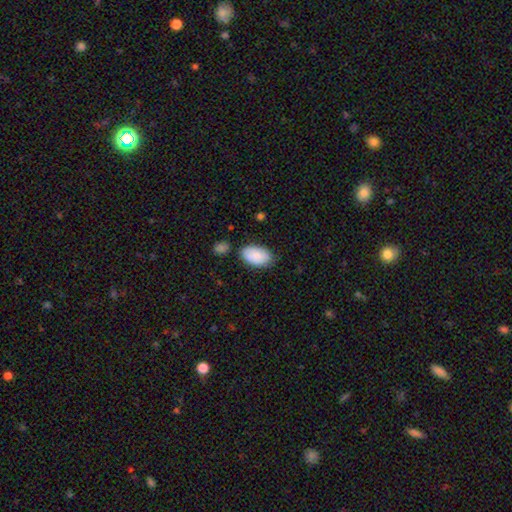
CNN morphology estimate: Smooth or featured? smooth (86%)
How rounded? in between (95%)
Merging? none (74%)